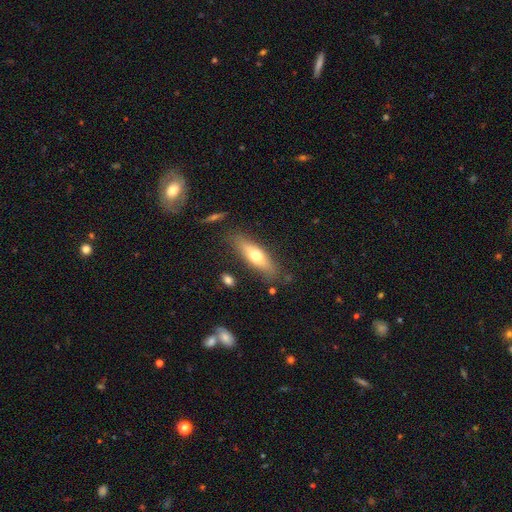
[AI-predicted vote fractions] Overall: smooth (56%; featured or disk 37%). How rounded: cigar-shaped (59%; in between 39%). Merging: none (80%).